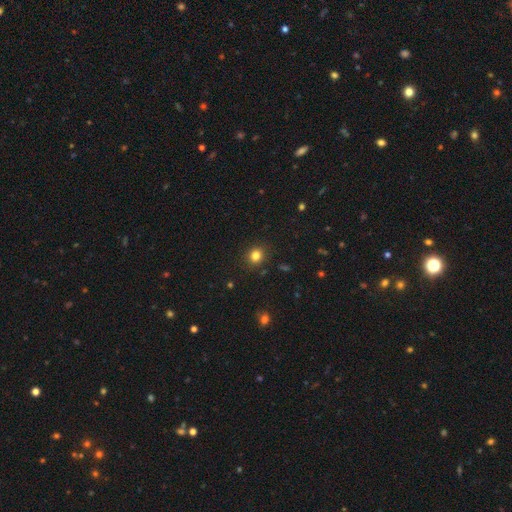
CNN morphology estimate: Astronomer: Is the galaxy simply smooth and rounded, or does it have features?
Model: smooth — 82%.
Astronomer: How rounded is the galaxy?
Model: round — 81%.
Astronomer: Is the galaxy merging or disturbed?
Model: none — 89%.